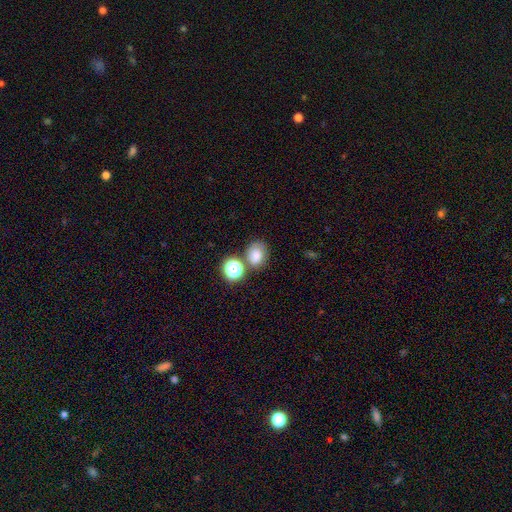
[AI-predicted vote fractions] smooth-or-featured: smooth: 75% | star or artifact: 14% | featured or disk: 11%
  how-rounded: in between: 51% | round: 48% | cigar-shaped: 1%
  merging: none: 58% | merger: 19% | minor disturbance: 16% | major disturbance: 7%